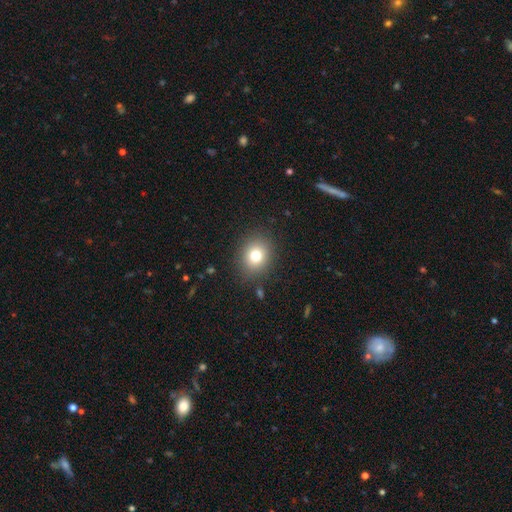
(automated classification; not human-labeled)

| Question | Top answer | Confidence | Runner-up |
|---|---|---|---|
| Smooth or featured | smooth | 77% | star or artifact (13%) |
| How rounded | round | 72% | in between (28%) |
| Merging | none | 87% | minor disturbance (8%) |